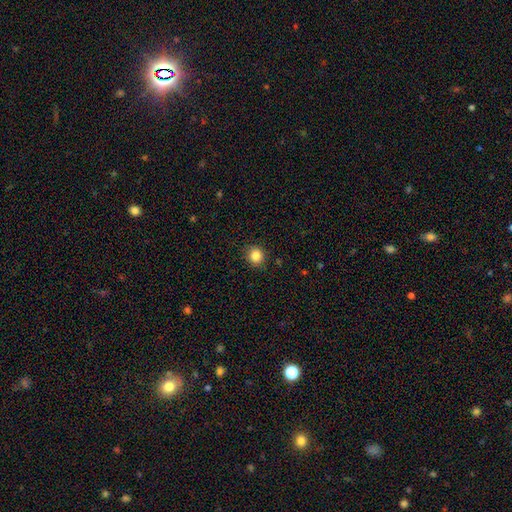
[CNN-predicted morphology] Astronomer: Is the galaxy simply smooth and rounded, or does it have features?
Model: smooth — 85%.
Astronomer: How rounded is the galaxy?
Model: round — 87%.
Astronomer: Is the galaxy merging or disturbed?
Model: none — 90%.